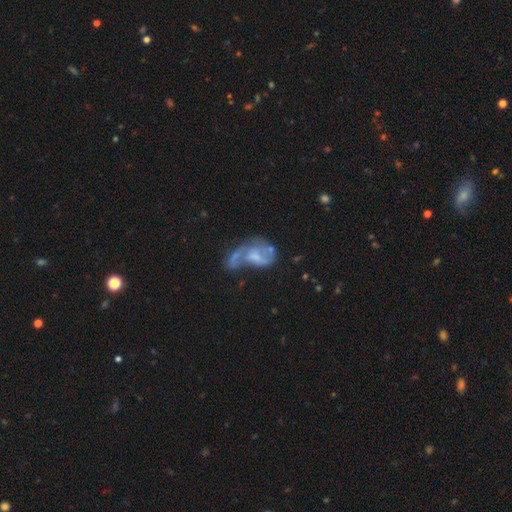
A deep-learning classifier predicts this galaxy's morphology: Smooth or featured?
  - featured or disk: 61% *
  - smooth: 29%
  - star or artifact: 10%
Edge-on disk?
  - no: 97% *
  - yes: 3%
Bar?
  - no: 64% *
  - weak: 29%
  - strong: 7%
Spiral arms?
  - yes: 54% *
  - no: 46%
Bulge size?
  - small: 35% *
  - none: 30%
  - moderate: 29%
  - large: 5%
  - dominant: 2%
Merging?
  - major disturbance: 33% *
  - merger: 32%
  - none: 20%
  - minor disturbance: 15%